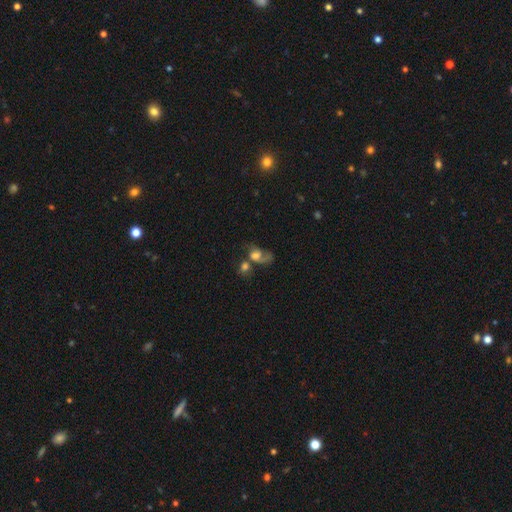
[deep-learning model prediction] The model was most divided on "smooth or featured": smooth: 49%, featured or disk: 38%, star or artifact: 13%. Remaining: merging — merger (47%).